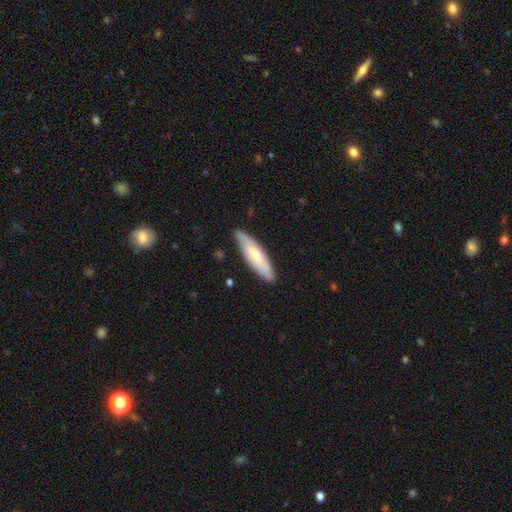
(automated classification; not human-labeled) Smooth or featured? Predicted: smooth (p=0.62). How rounded? Predicted: cigar-shaped (p=0.65). Merging? Predicted: none (p=0.80).